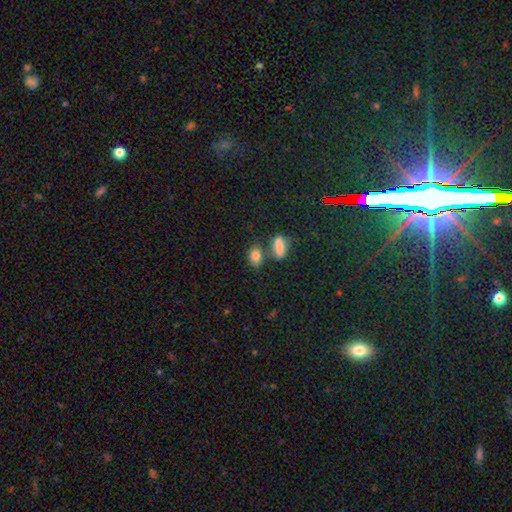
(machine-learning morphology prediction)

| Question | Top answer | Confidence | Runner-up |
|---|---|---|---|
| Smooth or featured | smooth | 83% | star or artifact (10%) |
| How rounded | in between | 77% | round (18%) |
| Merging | none | 61% | merger (22%) |